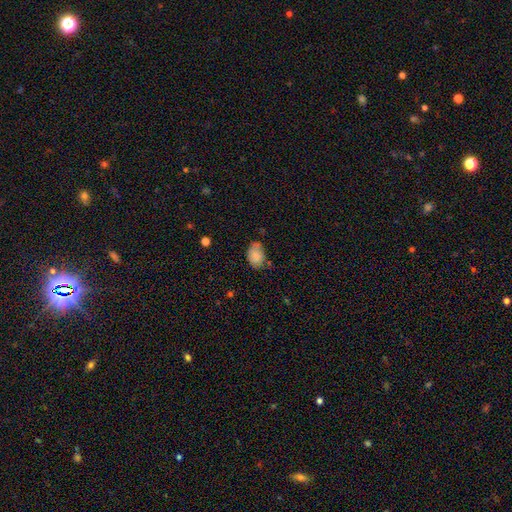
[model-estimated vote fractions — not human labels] Smooth or featured: smooth — 84% (featured or disk — 8%)
How rounded: in between — 82% (round — 17%)
Merging: none — 59% (minor disturbance — 31%)